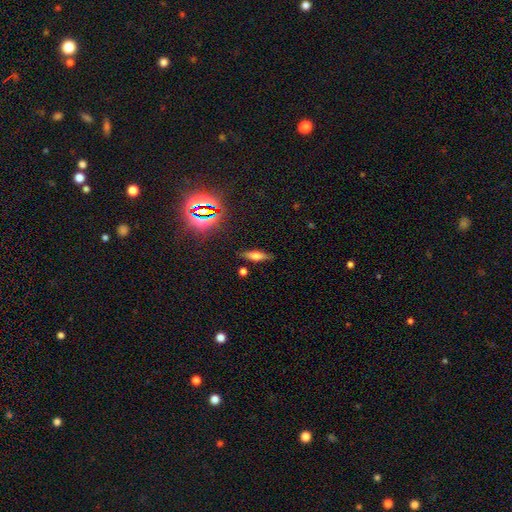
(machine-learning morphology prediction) Smooth or featured: smooth — 53% (featured or disk — 32%)
How rounded: cigar-shaped — 53% (in between — 43%)
Merging: none — 82% (minor disturbance — 12%)